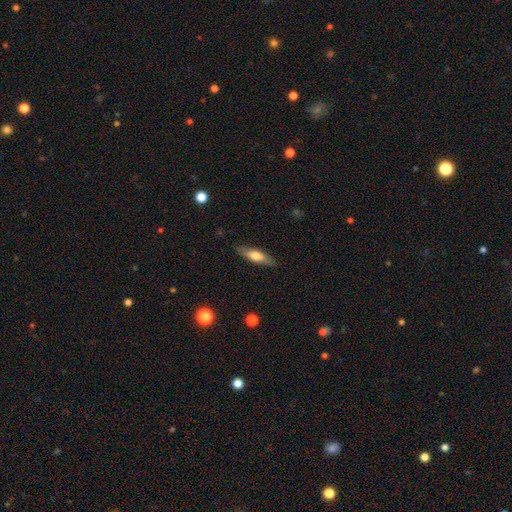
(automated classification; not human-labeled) smooth_or_featured: smooth (p=0.58) [alt: featured or disk p=0.36]
how_rounded: cigar-shaped (p=0.65) [alt: in between p=0.32]
merging: none (p=0.86) [alt: minor disturbance p=0.11]